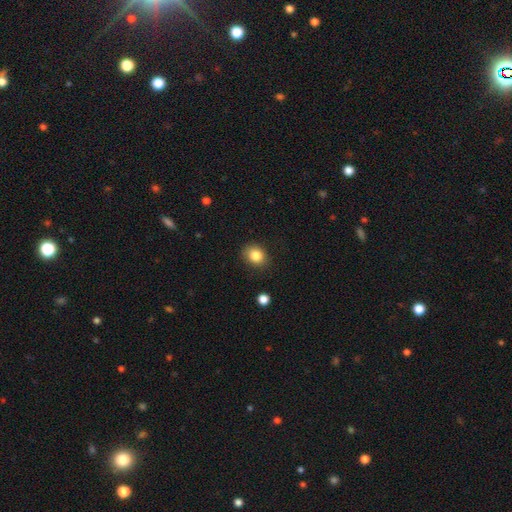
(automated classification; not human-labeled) smooth_or_featured: smooth (p=0.84) [alt: star or artifact p=0.10]
how_rounded: round (p=0.54) [alt: in between p=0.45]
merging: none (p=0.85) [alt: minor disturbance p=0.11]